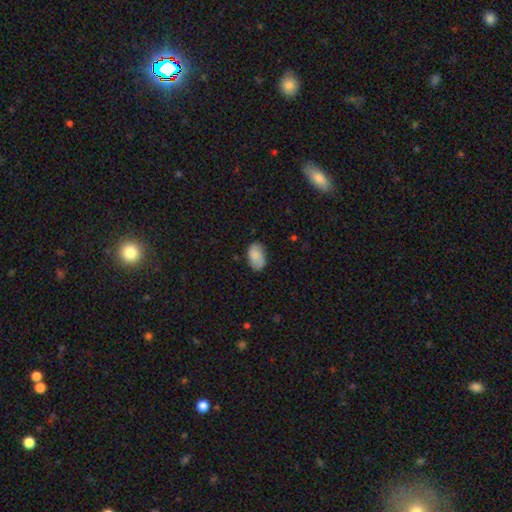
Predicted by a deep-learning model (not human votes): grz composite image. It shows a smooth galaxy with no disk features (80%) that is in between round and cigar-shaped (92%). Merging: none (75%).